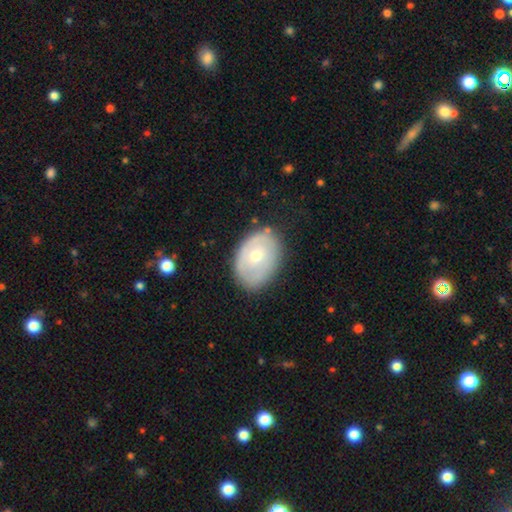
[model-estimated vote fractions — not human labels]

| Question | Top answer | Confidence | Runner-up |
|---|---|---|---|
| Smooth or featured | featured or disk | 48% | smooth (46%) |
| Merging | none | 74% | minor disturbance (19%) |